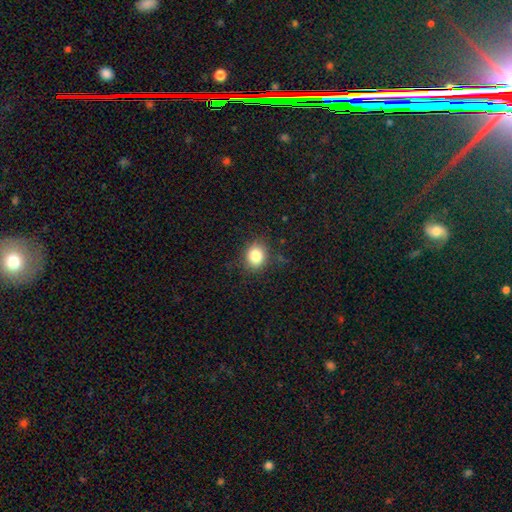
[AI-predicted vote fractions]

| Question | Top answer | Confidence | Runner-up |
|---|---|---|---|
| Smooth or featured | smooth | 83% | star or artifact (10%) |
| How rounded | round | 60% | in between (39%) |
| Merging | none | 83% | minor disturbance (12%) |